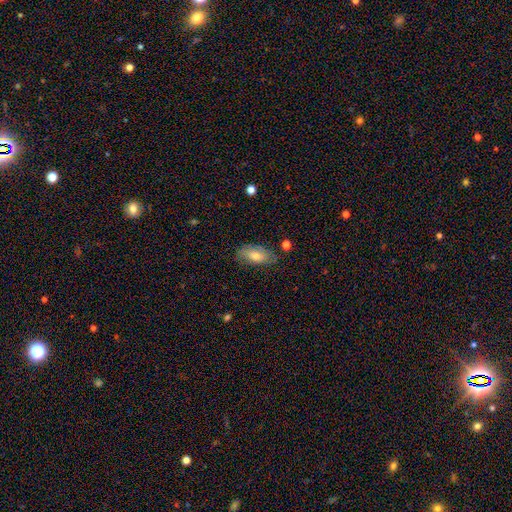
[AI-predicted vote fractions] Smooth or featured?
  - smooth: 62% *
  - featured or disk: 29%
  - star or artifact: 9%
How rounded?
  - in between: 89% *
  - cigar-shaped: 8%
  - round: 4%
Merging?
  - none: 75% *
  - minor disturbance: 19%
  - major disturbance: 4%
  - merger: 2%